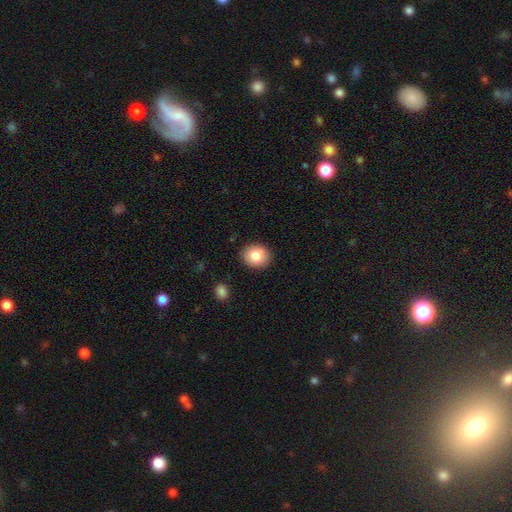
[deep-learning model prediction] smooth_or_featured: smooth (p=0.83) [alt: featured or disk p=0.09]
how_rounded: round (p=0.71) [alt: in between p=0.28]
merging: none (p=0.89) [alt: minor disturbance p=0.08]